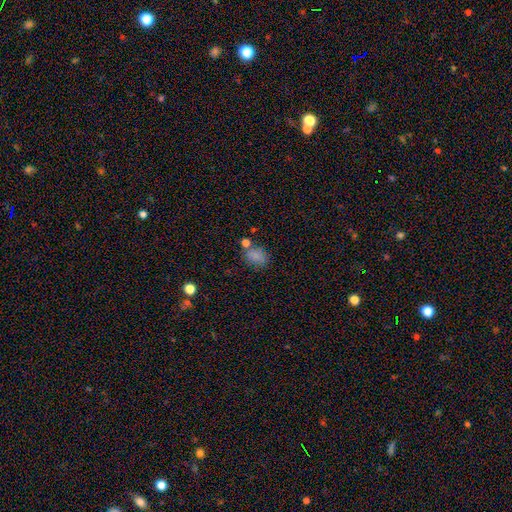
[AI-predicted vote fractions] Smooth or featured? smooth (80%)
How rounded? in between (62%)
Merging? none (64%)